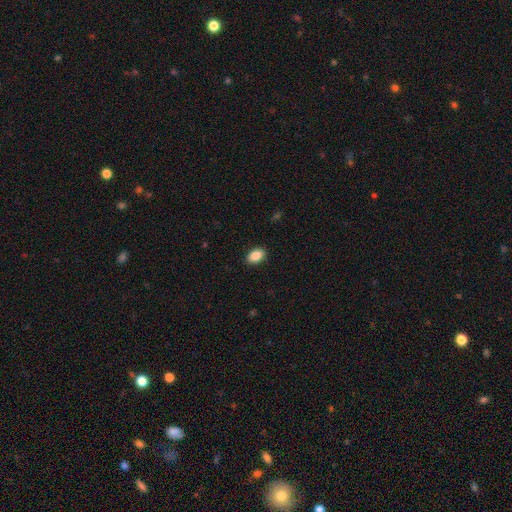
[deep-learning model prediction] smooth-or-featured: smooth: 89% | star or artifact: 7% | featured or disk: 4%
  how-rounded: in between: 90% | round: 9% | cigar-shaped: 1%
  merging: none: 90% | minor disturbance: 8% | major disturbance: 2% | merger: 1%